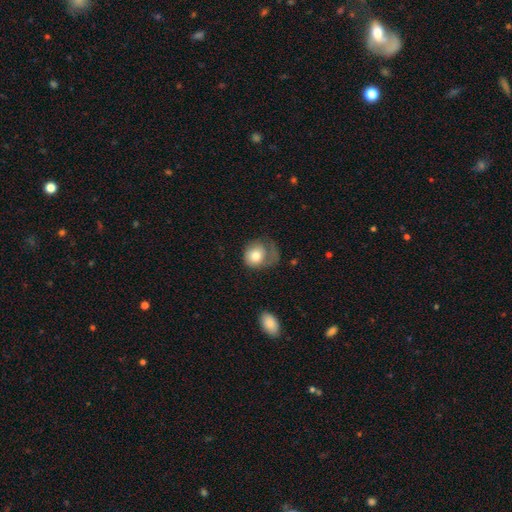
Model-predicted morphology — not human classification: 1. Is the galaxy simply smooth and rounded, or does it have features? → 70% smooth, 24% featured or disk, 7% star or artifact.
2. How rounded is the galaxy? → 71% round, 28% in between, 1% cigar-shaped.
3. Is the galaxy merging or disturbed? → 45% major disturbance, 30% none, 22% minor disturbance, 3% merger.